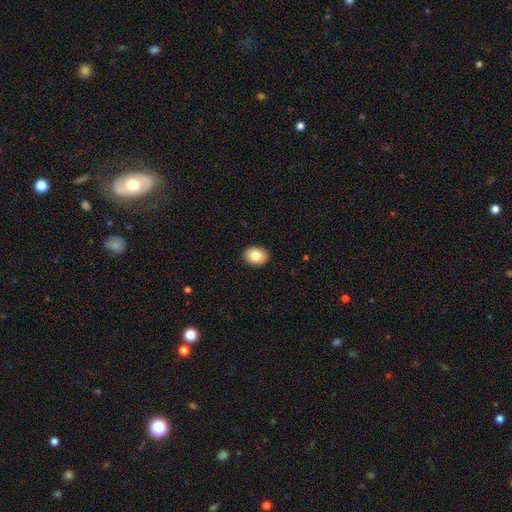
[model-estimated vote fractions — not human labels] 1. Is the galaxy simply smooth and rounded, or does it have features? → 83% smooth, 9% featured or disk, 8% star or artifact.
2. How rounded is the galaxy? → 64% in between, 35% round, 1% cigar-shaped.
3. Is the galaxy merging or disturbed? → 91% none, 7% minor disturbance, 2% major disturbance, 1% merger.